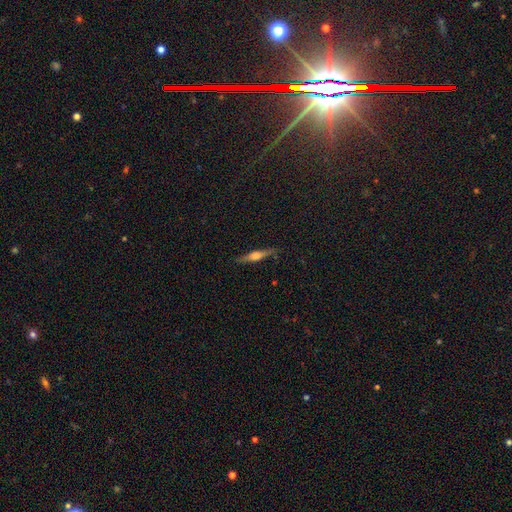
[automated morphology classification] Smooth or featured: featured or disk — 64% (smooth — 29%)
Edge-on disk: yes — 97% (no — 3%)
Edge-on bulge: rounded — 82% (boxy — 13%)
Merging: none — 87% (minor disturbance — 10%)